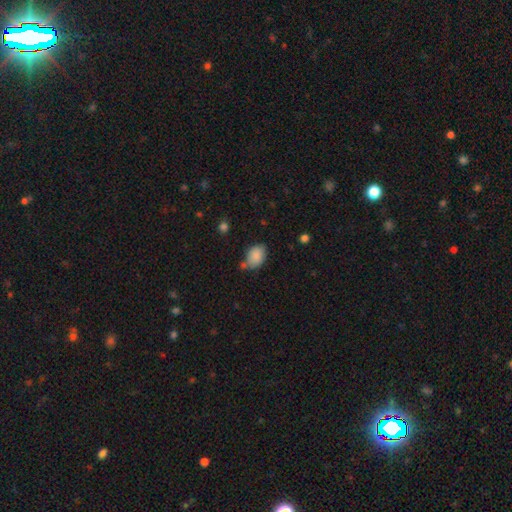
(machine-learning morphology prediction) Smooth or featured? smooth (86%)
How rounded? in between (81%)
Merging? none (63%)